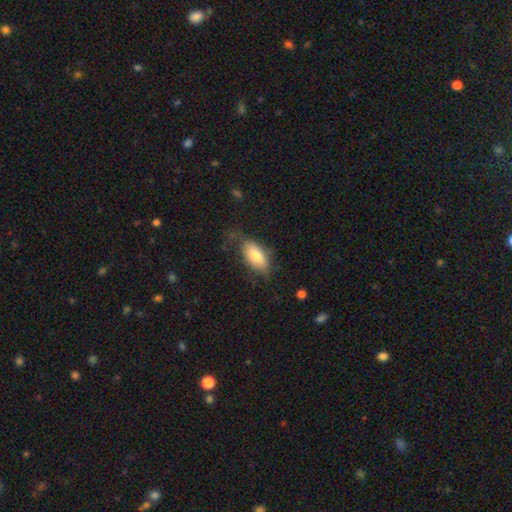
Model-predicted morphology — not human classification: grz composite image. It shows a smooth galaxy with no disk features (76%) that is in between round and cigar-shaped (91%). Merging: none (52%).